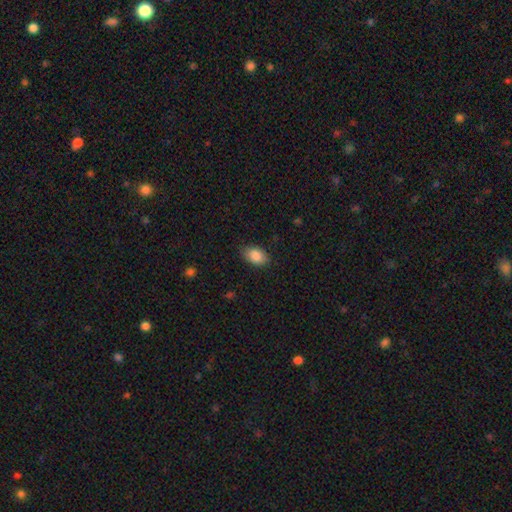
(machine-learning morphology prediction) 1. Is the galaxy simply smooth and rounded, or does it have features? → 88% smooth, 7% star or artifact, 5% featured or disk.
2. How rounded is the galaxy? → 89% in between, 10% round, 1% cigar-shaped.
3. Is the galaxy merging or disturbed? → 83% none, 13% minor disturbance, 3% major disturbance, 1% merger.